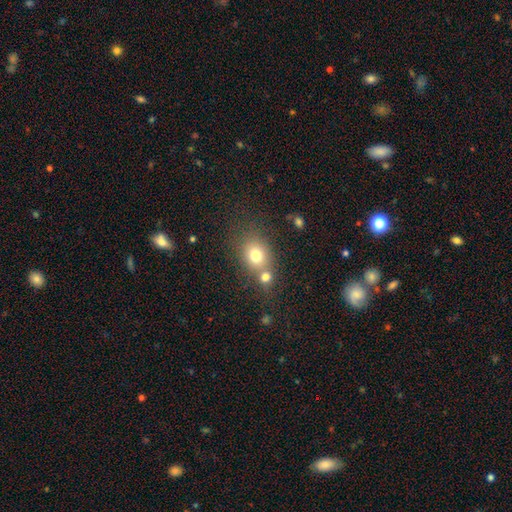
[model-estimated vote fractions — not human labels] The model was most divided on "merging": none: 46%, merger: 40%, minor disturbance: 10%, major disturbance: 4%. More confident: smooth or featured — smooth (75%); how rounded — round (60%).